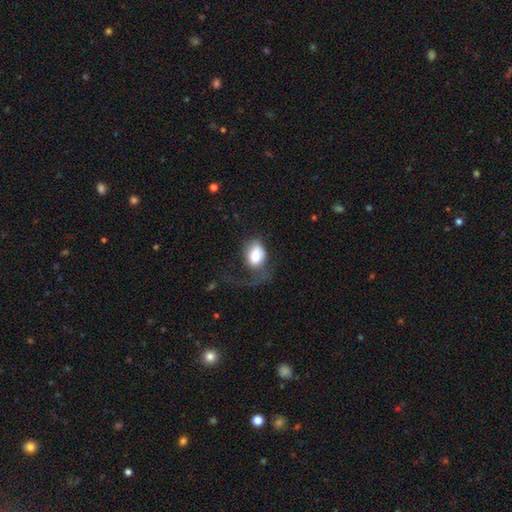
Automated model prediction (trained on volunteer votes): Smooth or featured? Predicted: smooth (p=0.76). How rounded? Predicted: in between (p=0.69). Merging? Predicted: major disturbance (p=0.49).